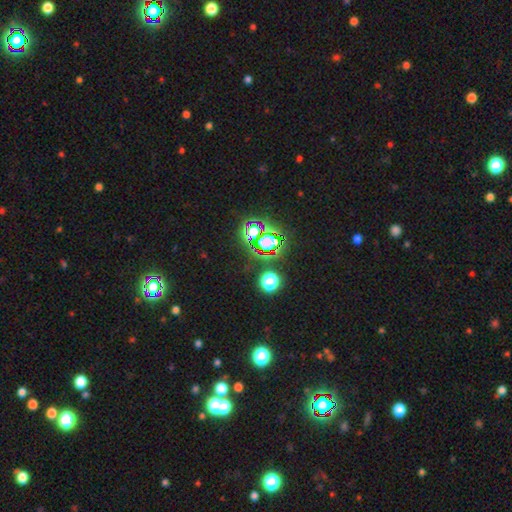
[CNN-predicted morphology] A star or artifact, not a galaxy (80%).

Vote fractions:
- Smooth or featured? star or artifact: 80% / smooth: 13% / featured or disk: 7%